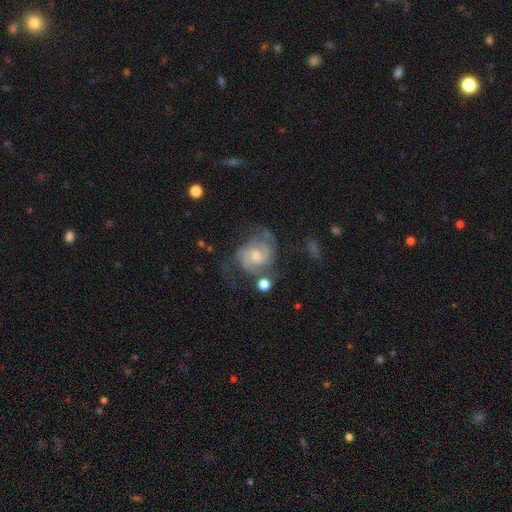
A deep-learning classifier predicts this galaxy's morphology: The model was most divided on "spiral winding": medium: 44%, tight: 43%, loose: 13%. Remaining: edge-on disk — no (98%); spiral arms — yes (94%); smooth or featured — featured or disk (81%); spiral arm count — 2 (61%); bar — no (54%); merging — none (53%); bulge size — moderate (49%).